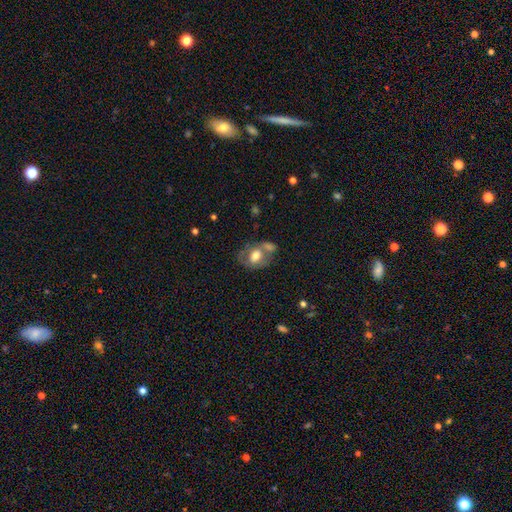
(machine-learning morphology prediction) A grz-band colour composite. It shows a smooth galaxy with no disk features (55%) that is in between round and cigar-shaped (66%). Merging: merger (39%).